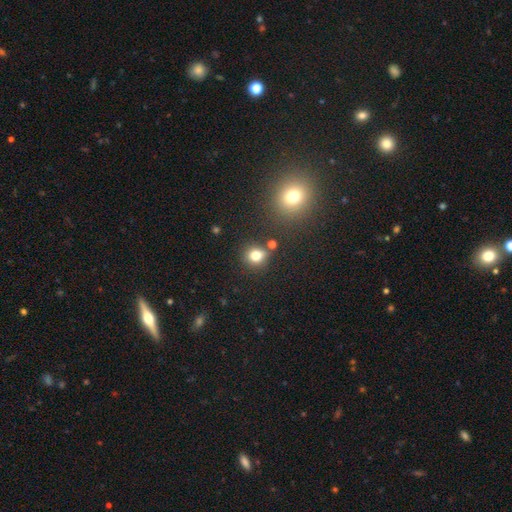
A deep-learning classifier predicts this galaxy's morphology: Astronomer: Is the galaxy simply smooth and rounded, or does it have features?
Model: smooth — 78%.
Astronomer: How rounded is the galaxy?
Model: round — 75%.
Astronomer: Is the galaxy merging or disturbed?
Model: none — 75%.